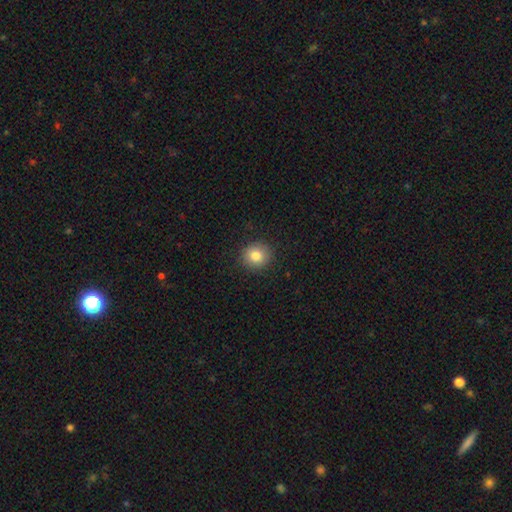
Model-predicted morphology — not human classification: The model was most divided on "how rounded": round: 85%, in between: 14%, cigar-shaped: 1%. More confident: merging — none (90%); smooth or featured — smooth (82%).